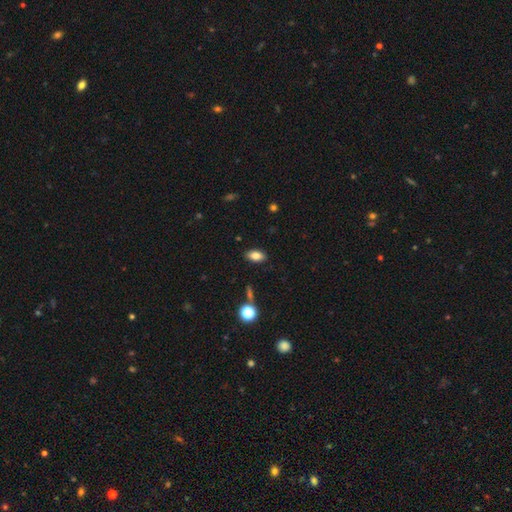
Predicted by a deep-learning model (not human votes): smooth-or-featured: smooth: 81% | star or artifact: 10% | featured or disk: 9%
  how-rounded: in between: 90% | round: 7% | cigar-shaped: 4%
  merging: none: 88% | minor disturbance: 9% | major disturbance: 2% | merger: 2%